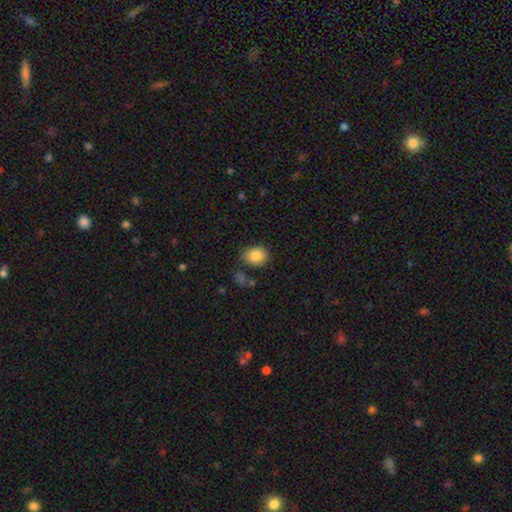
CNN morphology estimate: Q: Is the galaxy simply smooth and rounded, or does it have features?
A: smooth — 85%.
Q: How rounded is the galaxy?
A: round — 56%.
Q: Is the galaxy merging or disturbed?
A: none — 73%.